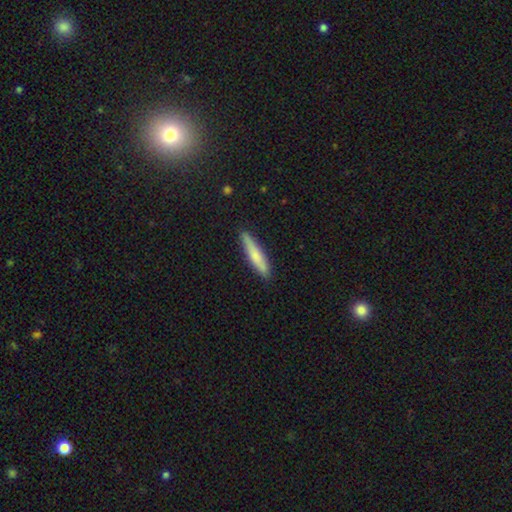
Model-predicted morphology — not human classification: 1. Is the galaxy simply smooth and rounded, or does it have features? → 69% smooth, 26% featured or disk, 5% star or artifact.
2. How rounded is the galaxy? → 89% cigar-shaped, 9% in between, 1% round.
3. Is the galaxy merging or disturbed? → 89% none, 9% minor disturbance, 2% major disturbance, 1% merger.